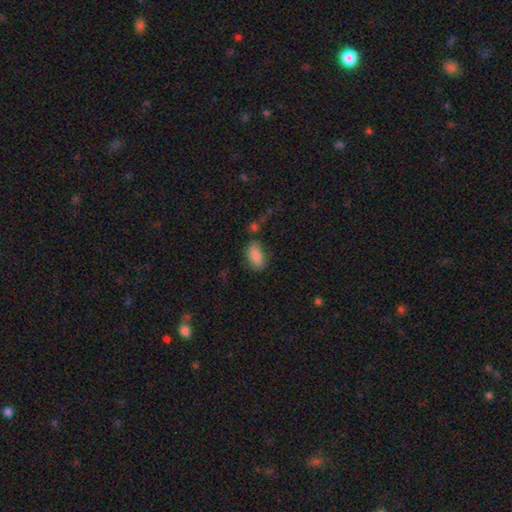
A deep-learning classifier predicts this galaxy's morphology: Smooth or featured? Predicted: smooth (p=0.84). How rounded? Predicted: in between (p=0.91). Merging? Predicted: none (p=0.71).